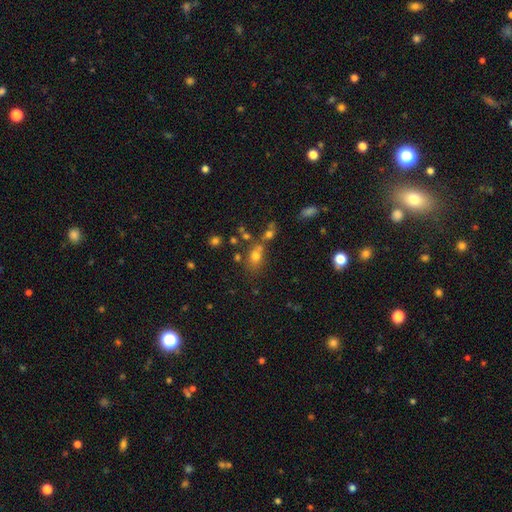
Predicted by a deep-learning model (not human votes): Smooth or featured: smooth — 68% (star or artifact — 18%)
How rounded: in between — 64% (round — 34%)
Merging: none — 47% (merger — 33%)